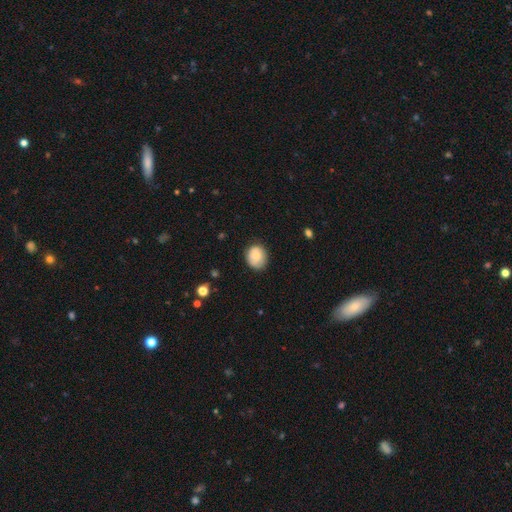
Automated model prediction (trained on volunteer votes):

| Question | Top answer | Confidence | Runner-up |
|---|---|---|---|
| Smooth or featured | smooth | 78% | featured or disk (15%) |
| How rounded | round | 69% | in between (30%) |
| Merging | none | 76% | minor disturbance (19%) |